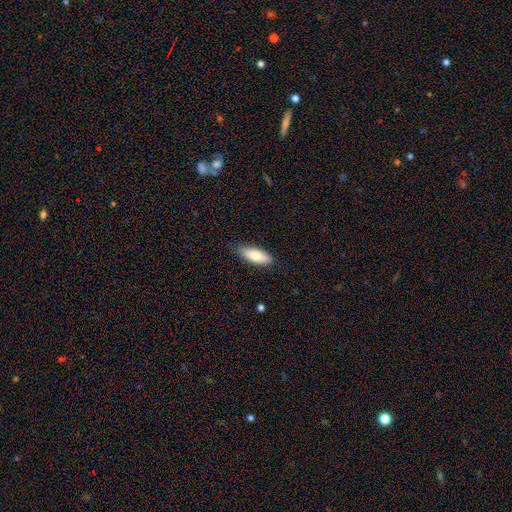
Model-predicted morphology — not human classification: A smooth galaxy with no disk features (76%) that is in between round and cigar-shaped (72%).

Vote fractions:
- Smooth or featured? smooth: 76% / featured or disk: 18% / star or artifact: 6%
- How rounded? in between: 72% / cigar-shaped: 26% / round: 2%
- Merging? none: 83% / minor disturbance: 14% / major disturbance: 2% / merger: 1%